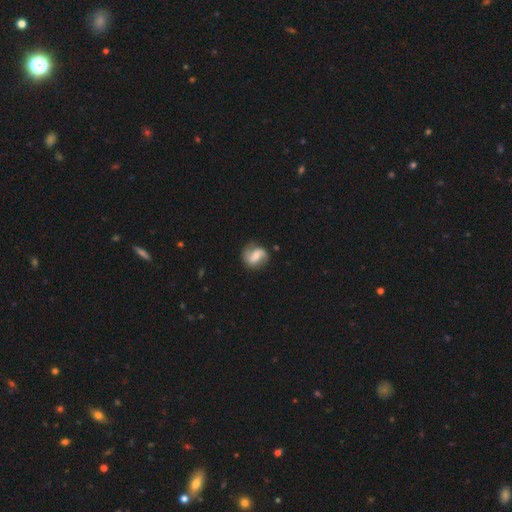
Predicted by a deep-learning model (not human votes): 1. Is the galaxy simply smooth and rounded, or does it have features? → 66% featured or disk, 27% smooth, 7% star or artifact.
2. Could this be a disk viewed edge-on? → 97% no, 3% yes.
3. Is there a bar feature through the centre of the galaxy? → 43% weak, 36% no, 21% strong.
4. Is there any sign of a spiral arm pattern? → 91% yes, 9% no.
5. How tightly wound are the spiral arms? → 43% loose, 39% medium, 18% tight.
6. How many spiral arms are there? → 86% 2, 6% can't tell, 5% 1, 1% 3, 1% 4, 1% more than 4.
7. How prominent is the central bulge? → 47% moderate, 41% small, 6% none, 5% large, 1% dominant.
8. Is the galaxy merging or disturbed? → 74% none, 18% minor disturbance, 6% major disturbance, 2% merger.